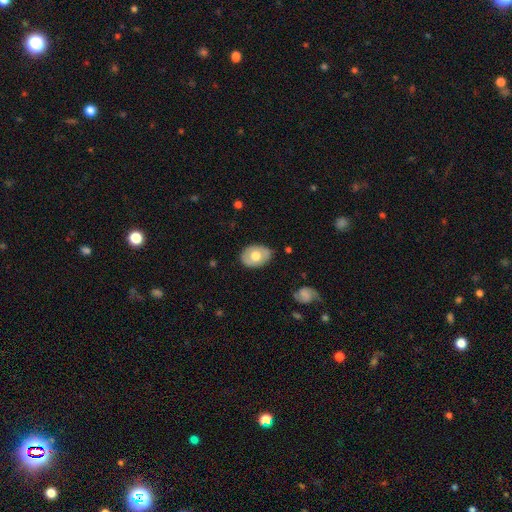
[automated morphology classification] smooth_or_featured: smooth (p=0.60) [alt: featured or disk p=0.34]
how_rounded: in between (p=0.75) [alt: round p=0.24]
merging: none (p=0.81) [alt: minor disturbance p=0.15]